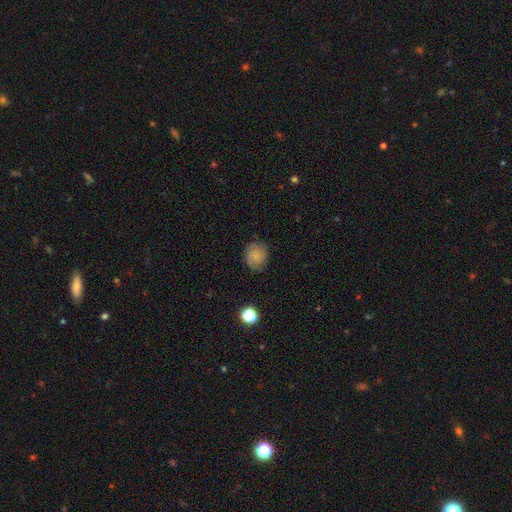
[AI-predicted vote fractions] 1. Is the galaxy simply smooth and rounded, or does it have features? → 58% smooth, 31% featured or disk, 11% star or artifact.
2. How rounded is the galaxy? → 77% round, 22% in between, 1% cigar-shaped.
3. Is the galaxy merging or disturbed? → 79% none, 15% minor disturbance, 4% major disturbance, 1% merger.